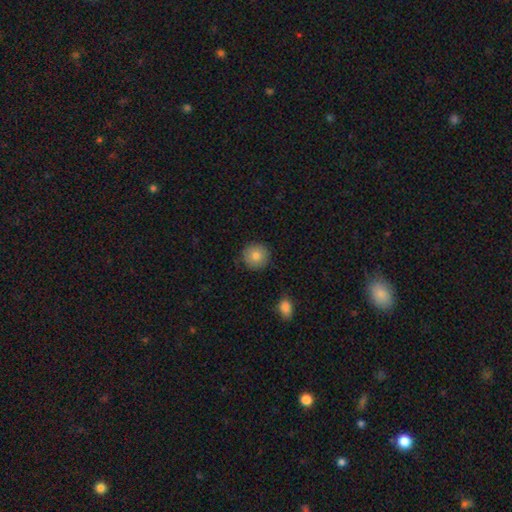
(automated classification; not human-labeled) Smooth or featured? Predicted: smooth (p=0.82). How rounded? Predicted: round (p=0.94). Merging? Predicted: none (p=0.89).